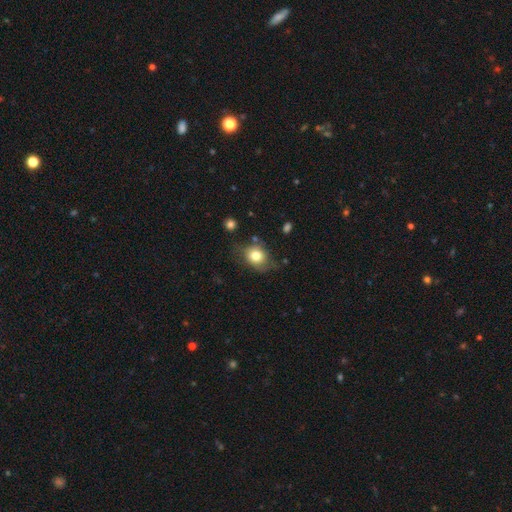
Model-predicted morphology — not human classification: A smooth galaxy with no disk features (77%) that is round (55%). Merging: none (62%).